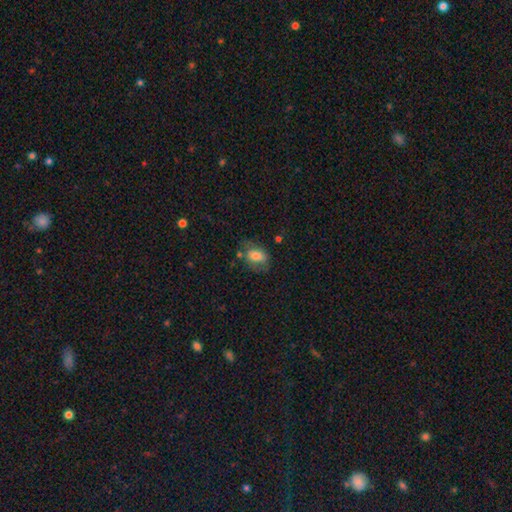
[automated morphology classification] The model was most divided on "merging": none: 50%, minor disturbance: 27%, major disturbance: 18%, merger: 6%. More confident: how rounded — in between (81%); smooth or featured — smooth (71%).